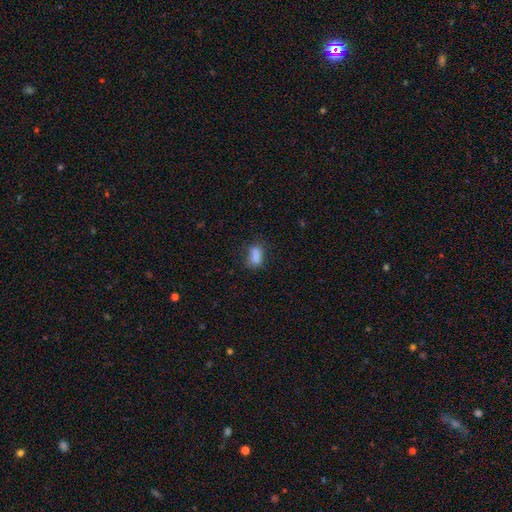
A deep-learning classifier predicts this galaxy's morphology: The model was most divided on "merging": none: 54%, minor disturbance: 26%, major disturbance: 11%, merger: 9%. More confident: smooth or featured — smooth (81%); how rounded — in between (80%).